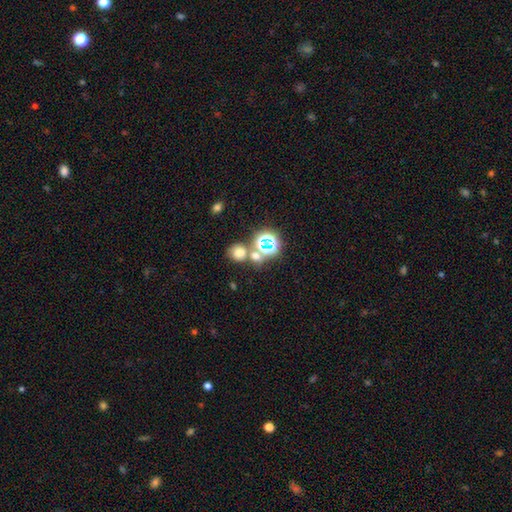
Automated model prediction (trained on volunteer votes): Smooth or featured?
  - smooth: 59% *
  - star or artifact: 33%
  - featured or disk: 8%
How rounded?
  - round: 78% *
  - in between: 20%
  - cigar-shaped: 1%
Merging?
  - none: 60% *
  - merger: 29%
  - minor disturbance: 7%
  - major disturbance: 4%